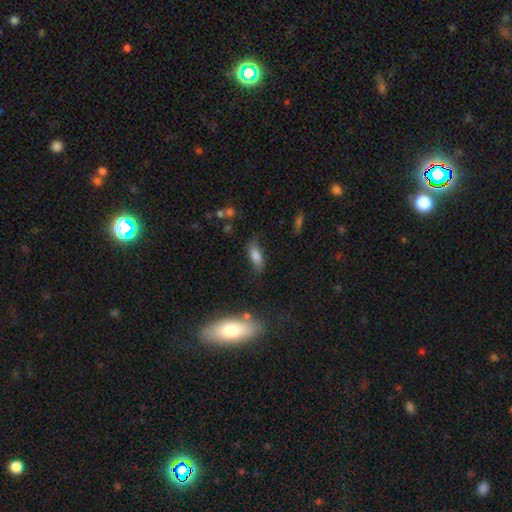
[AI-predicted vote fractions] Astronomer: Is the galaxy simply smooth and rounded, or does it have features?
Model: smooth — 74%.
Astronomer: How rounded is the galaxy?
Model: in between — 74%.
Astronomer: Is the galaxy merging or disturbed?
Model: none — 66%.